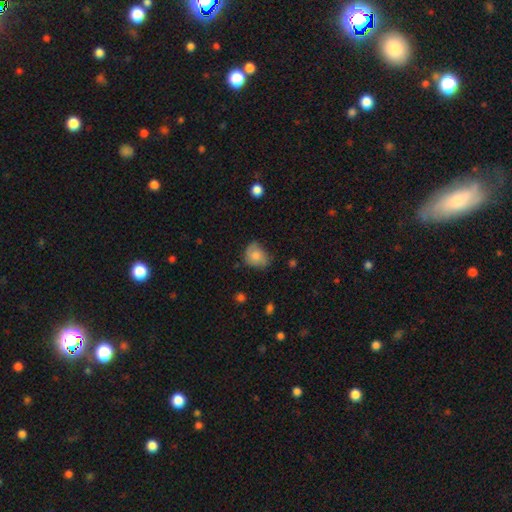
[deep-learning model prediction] Morphology: type=smooth (73%); roundness=round (57%); merging=none (53%).